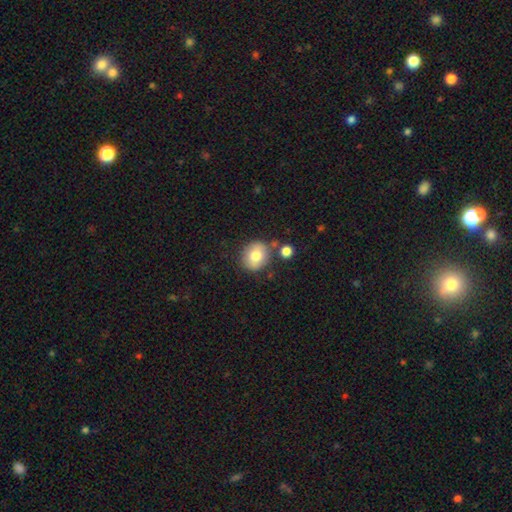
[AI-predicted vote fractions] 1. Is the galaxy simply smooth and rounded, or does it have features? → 76% smooth, 16% featured or disk, 9% star or artifact.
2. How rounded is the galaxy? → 73% round, 26% in between, 1% cigar-shaped.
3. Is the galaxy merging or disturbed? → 76% none, 12% minor disturbance, 8% merger, 3% major disturbance.